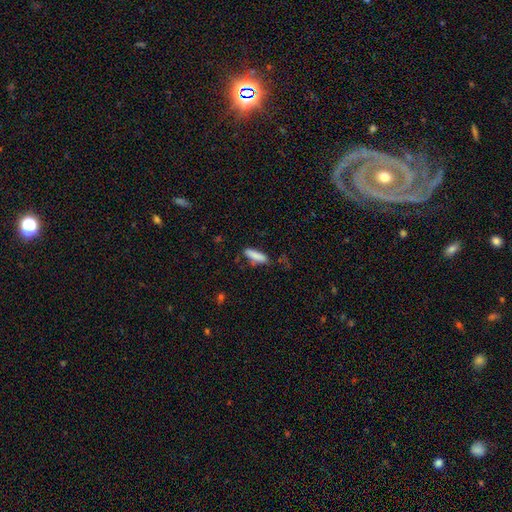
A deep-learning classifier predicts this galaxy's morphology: Smooth or featured? smooth (86%)
How rounded? cigar-shaped (67%)
Merging? none (70%)